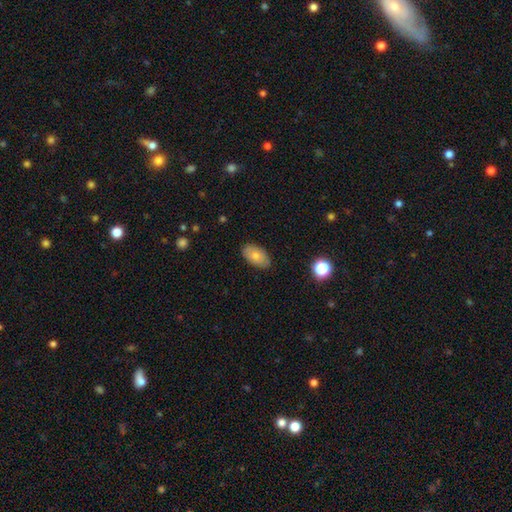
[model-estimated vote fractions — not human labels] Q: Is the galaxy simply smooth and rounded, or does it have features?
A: smooth — 75%.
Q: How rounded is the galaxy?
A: in between — 92%.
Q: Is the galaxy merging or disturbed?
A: none — 82%.